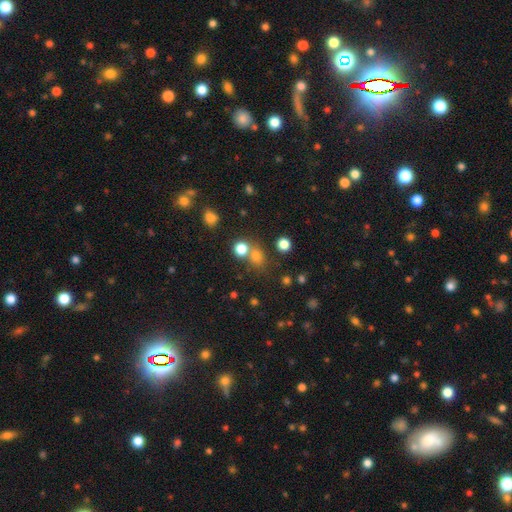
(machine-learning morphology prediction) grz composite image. It shows a smooth galaxy with no disk features (68%) that is round (78%). Merging: none (61%).